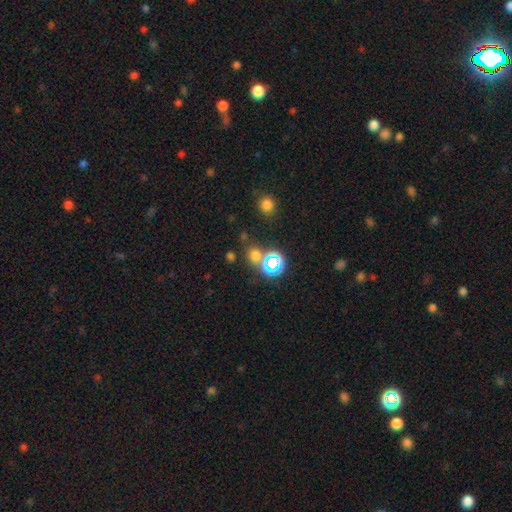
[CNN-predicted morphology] This is possibly a smooth galaxy (55%). How rounded: clearly round (82%). Merging: likely none (74%).